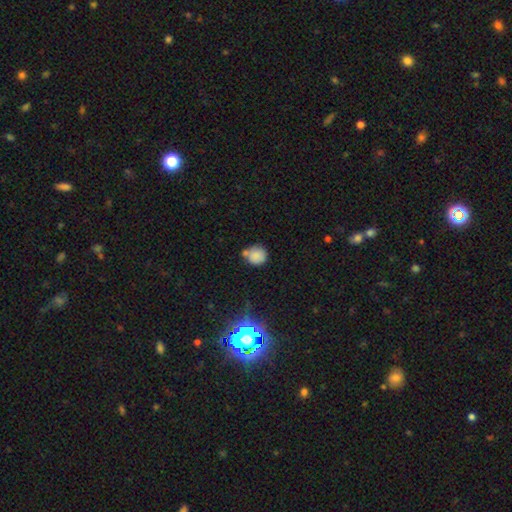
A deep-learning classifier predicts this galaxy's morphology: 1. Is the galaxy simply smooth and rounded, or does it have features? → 79% smooth, 13% star or artifact, 8% featured or disk.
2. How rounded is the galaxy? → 89% round, 10% in between, 1% cigar-shaped.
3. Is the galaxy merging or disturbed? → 56% none, 19% minor disturbance, 19% merger, 6% major disturbance.